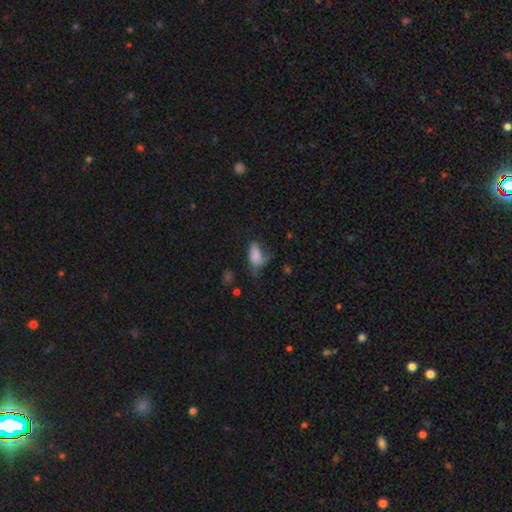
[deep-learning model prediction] The model was most divided on "merging": major disturbance: 34%, minor disturbance: 32%, none: 29%, merger: 5%. More confident: how rounded — in between (89%); smooth or featured — smooth (76%).